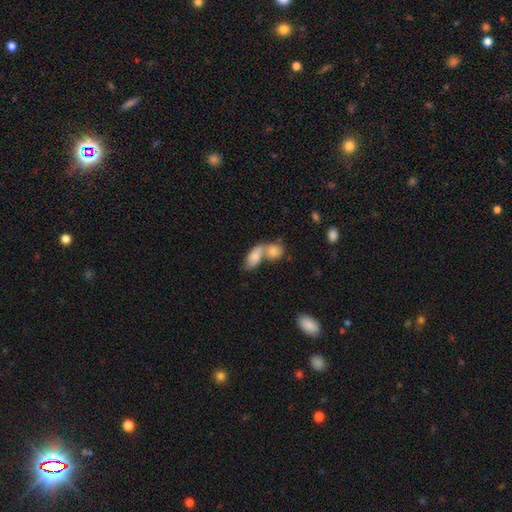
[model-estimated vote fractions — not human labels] Smooth or featured?
  - smooth: 79% *
  - featured or disk: 15%
  - star or artifact: 7%
How rounded?
  - in between: 87% *
  - round: 7%
  - cigar-shaped: 5%
Merging?
  - merger: 70% *
  - none: 19%
  - minor disturbance: 7%
  - major disturbance: 4%